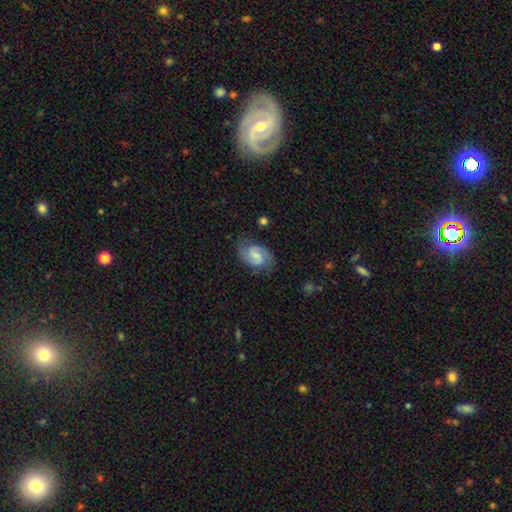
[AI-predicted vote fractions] This is likely a featured or disk galaxy (76%). It is clearly not viewed edge-on (98%). Bar: possibly weak (54%). Spiral arm pattern: clearly yes (95%). Spiral arm count: clearly 2 (90%). Spiral winding: possibly medium (52%). Central bulge: possibly small (47%). Merging: likely none (77%).